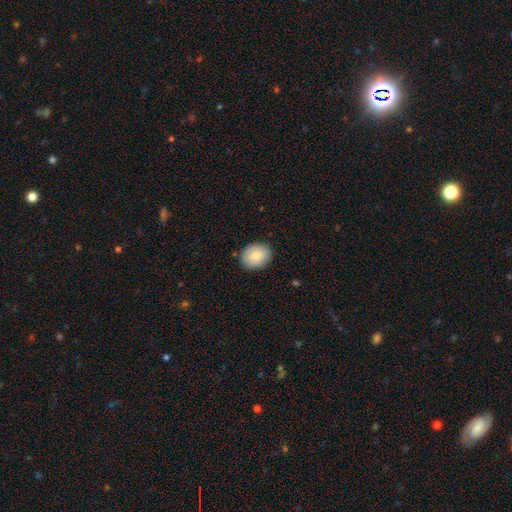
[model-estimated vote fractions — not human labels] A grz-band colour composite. It shows a smooth galaxy with no disk features (84%) that is in between round and cigar-shaped (55%). Merging: none (87%).